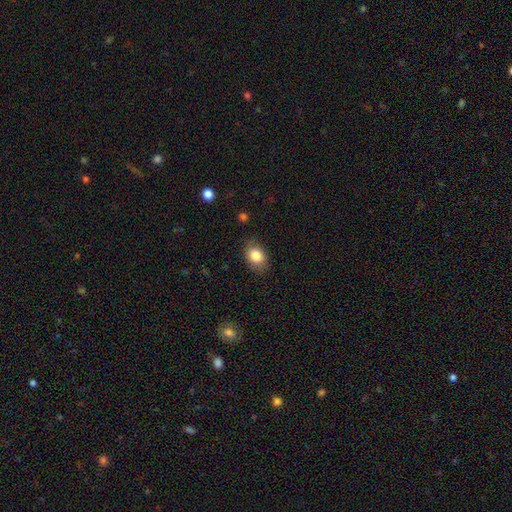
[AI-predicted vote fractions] A smooth galaxy with no disk features (84%) that is in between round and cigar-shaped (73%). Merging: none (81%).